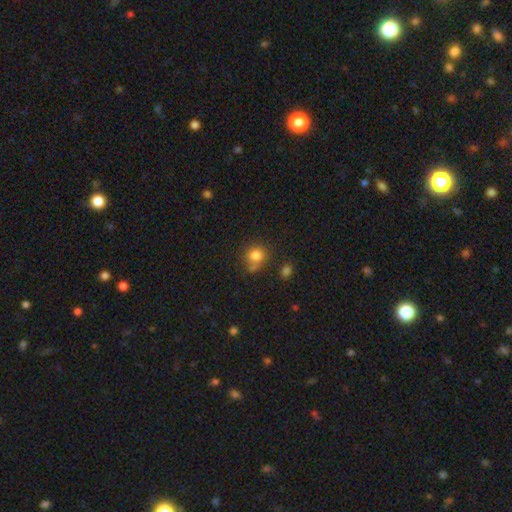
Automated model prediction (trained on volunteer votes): smooth-or-featured: smooth: 81% | star or artifact: 11% | featured or disk: 7%
  how-rounded: round: 82% | in between: 17% | cigar-shaped: 1%
  merging: none: 60% | merger: 18% | minor disturbance: 16% | major disturbance: 6%